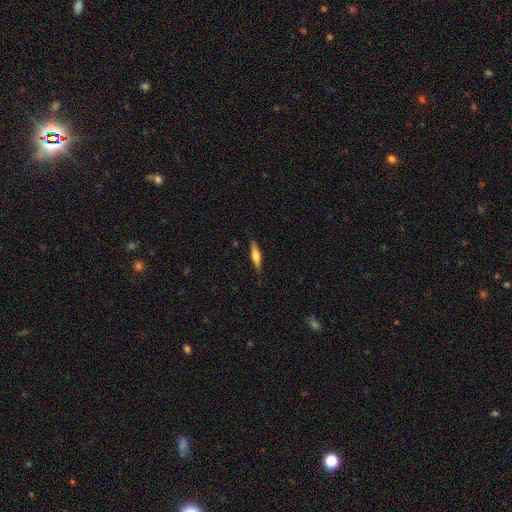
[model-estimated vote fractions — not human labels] smooth_or_featured: featured or disk (p=0.56) [alt: smooth p=0.38]
disk_edge_on: yes (p=0.96) [alt: no p=0.04]
edge_on_bulge: rounded (p=0.89) [alt: boxy p=0.08]
merging: none (p=0.88) [alt: minor disturbance p=0.09]